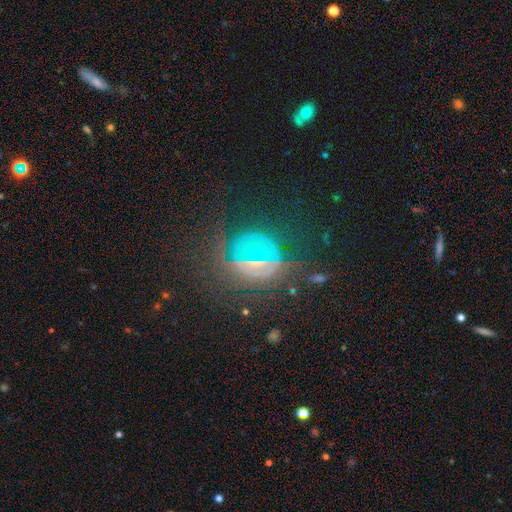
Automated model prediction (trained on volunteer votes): A featured or disk galaxy (37%). Merging: none (65%).